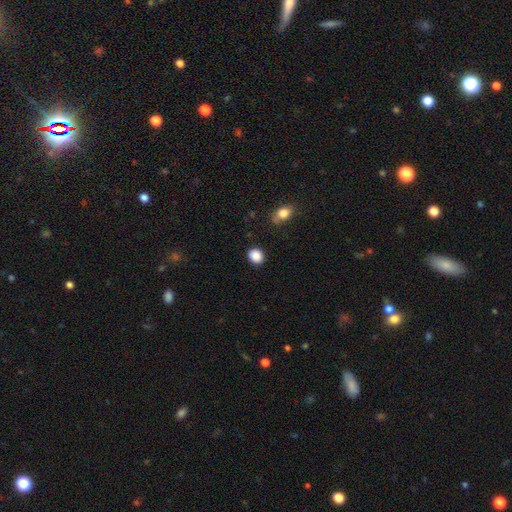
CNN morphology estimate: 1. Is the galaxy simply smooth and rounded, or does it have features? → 88% smooth, 9% star or artifact, 3% featured or disk.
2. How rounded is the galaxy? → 63% round, 36% in between, 1% cigar-shaped.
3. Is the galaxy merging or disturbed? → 88% none, 8% minor disturbance, 2% major disturbance, 2% merger.